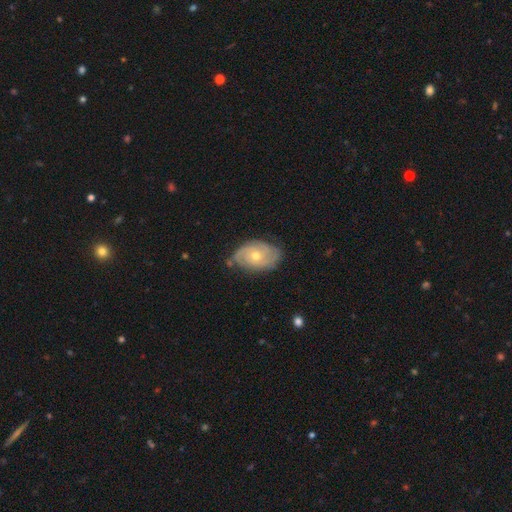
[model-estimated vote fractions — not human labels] Smooth or featured? Predicted: featured or disk (p=0.80). Edge-on disk? Predicted: no (p=0.96). Bar? Predicted: no (p=0.76). Spiral arms? Predicted: yes (p=0.93). Spiral winding? Predicted: tight (p=0.61). Spiral arm count? Predicted: 2 (p=0.40). Bulge size? Predicted: moderate (p=0.56). Merging? Predicted: none (p=0.71).